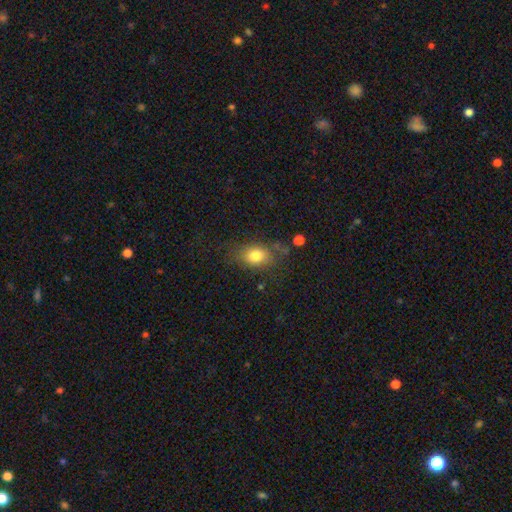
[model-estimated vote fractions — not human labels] Q: Smooth or featured?
A: smooth (78%); runner-up: featured or disk (12%)
Q: How rounded?
A: in between (69%); runner-up: round (29%)
Q: Merging?
A: none (70%); runner-up: minor disturbance (19%)